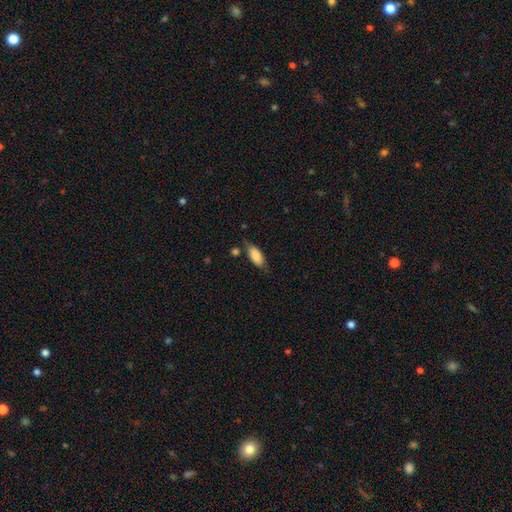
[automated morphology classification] smooth_or_featured: smooth (p=0.83) [alt: featured or disk p=0.10]
how_rounded: in between (p=0.84) [alt: cigar-shaped p=0.14]
merging: none (p=0.64) [alt: minor disturbance p=0.25]